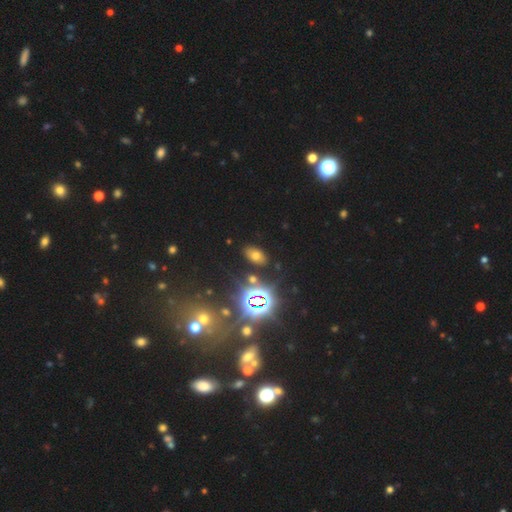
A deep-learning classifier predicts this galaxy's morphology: A smooth galaxy with no disk features (51%) that is in between round and cigar-shaped (89%).

Vote fractions:
- Smooth or featured? smooth: 51% / star or artifact: 38% / featured or disk: 11%
- How rounded? in between: 89% / round: 9% / cigar-shaped: 2%
- Merging? none: 87% / minor disturbance: 8% / major disturbance: 3% / merger: 3%